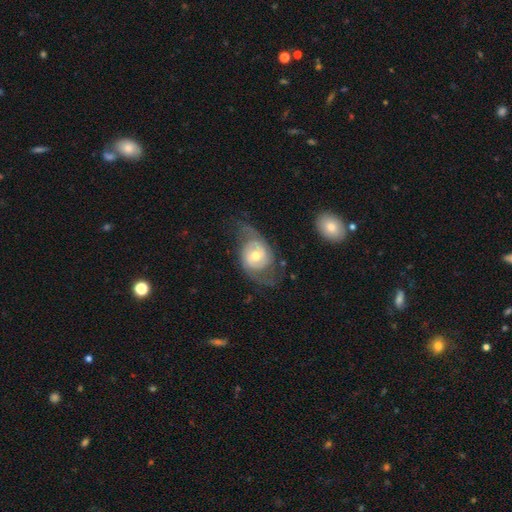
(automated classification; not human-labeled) Morphology: type=featured or disk (75%); edge-on=no (96%); bar=no (55%); spiral arms=yes (85%); winding=medium (42%); arm count=2 (80%); bulge=moderate (68%); merging=none (53%).